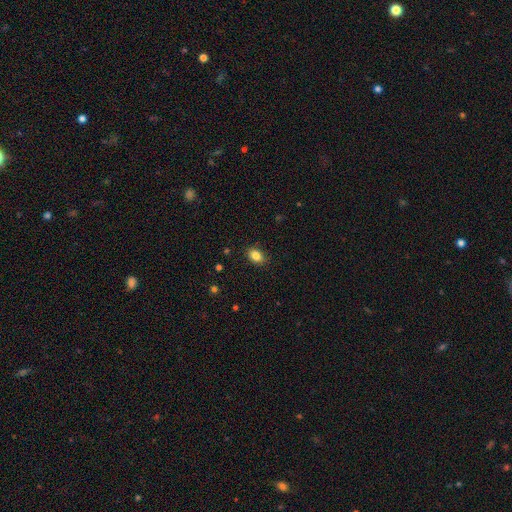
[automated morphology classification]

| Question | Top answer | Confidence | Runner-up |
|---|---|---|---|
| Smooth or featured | smooth | 85% | star or artifact (9%) |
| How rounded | in between | 79% | round (20%) |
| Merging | none | 87% | minor disturbance (10%) |